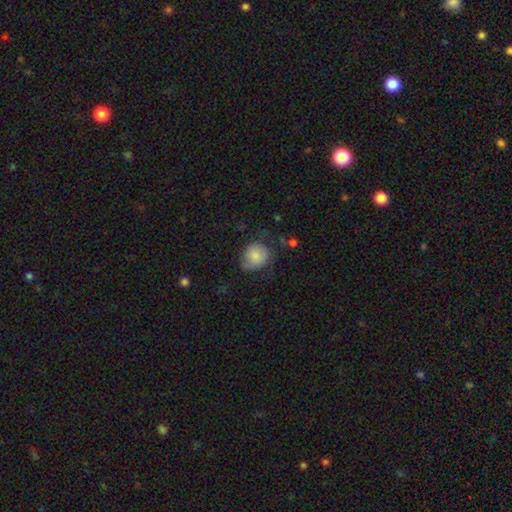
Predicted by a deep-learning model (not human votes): Morphology: type=smooth (82%); roundness=round (70%); merging=none (53%).